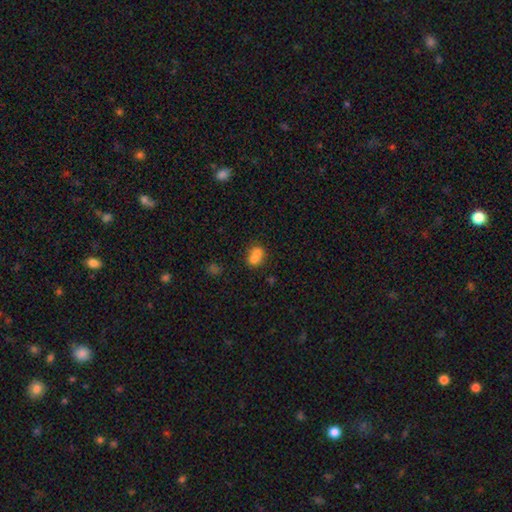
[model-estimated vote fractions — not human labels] A smooth galaxy with no disk features (71%) that is round (59%).

Vote fractions:
- Smooth or featured? smooth: 71% / featured or disk: 18% / star or artifact: 11%
- How rounded? round: 59% / in between: 40% / cigar-shaped: 1%
- Merging? merger: 67% / none: 24% / minor disturbance: 6% / major disturbance: 3%